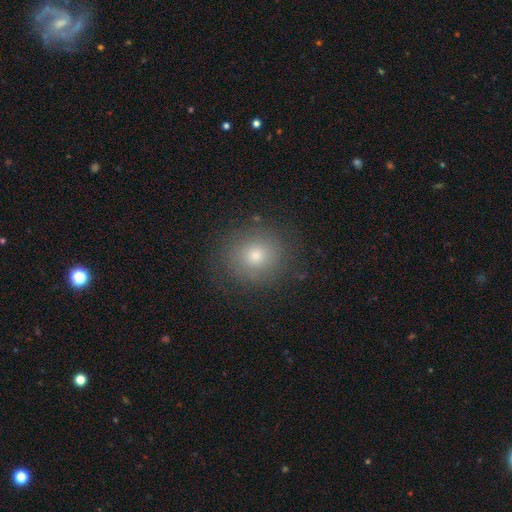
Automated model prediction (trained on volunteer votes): The model was most divided on "smooth or featured": smooth: 72%, featured or disk: 15%, star or artifact: 13%. More confident: how rounded — round (86%); merging — none (83%).